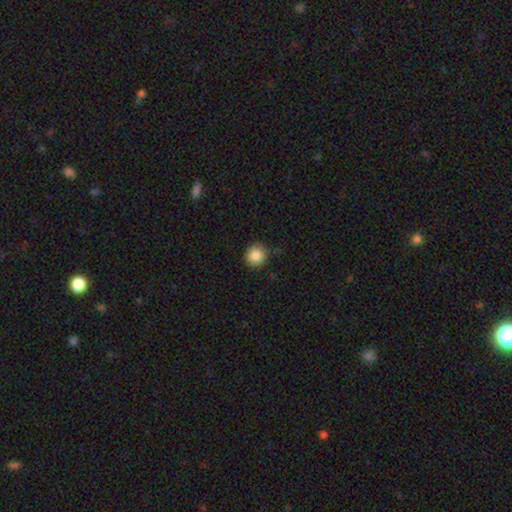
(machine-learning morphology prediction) smooth_or_featured: smooth (p=0.87) [alt: star or artifact p=0.09]
how_rounded: round (p=0.91) [alt: in between p=0.08]
merging: none (p=0.85) [alt: minor disturbance p=0.11]